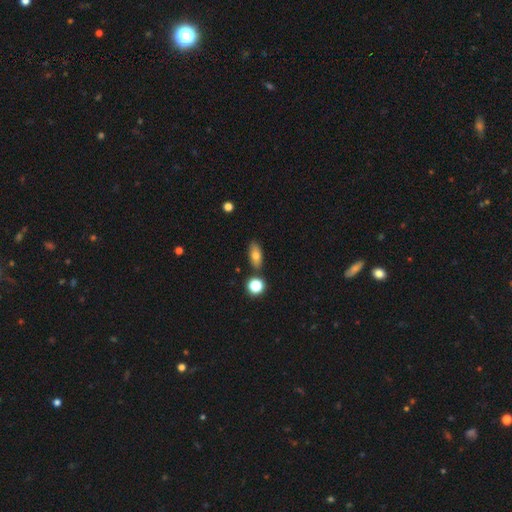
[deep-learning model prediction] Overall: smooth (73%). How rounded: in between (82%). Merging: none (81%).